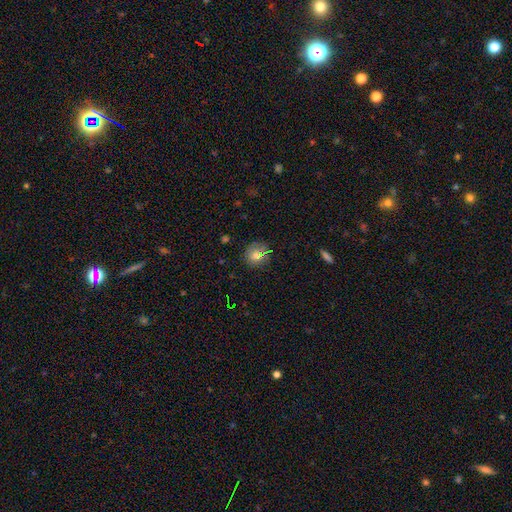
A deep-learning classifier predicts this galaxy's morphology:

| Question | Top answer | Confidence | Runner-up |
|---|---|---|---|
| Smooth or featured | smooth | 73% | star or artifact (19%) |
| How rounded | round | 84% | in between (15%) |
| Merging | none | 83% | minor disturbance (11%) |